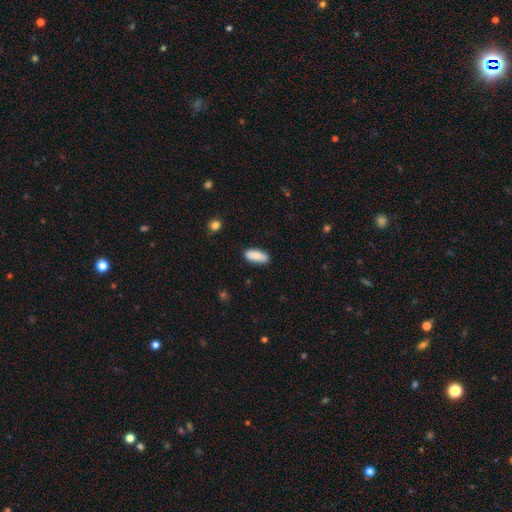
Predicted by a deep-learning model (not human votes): Smooth or featured? Predicted: smooth (p=0.86). How rounded? Predicted: in between (p=0.74). Merging? Predicted: none (p=0.83).